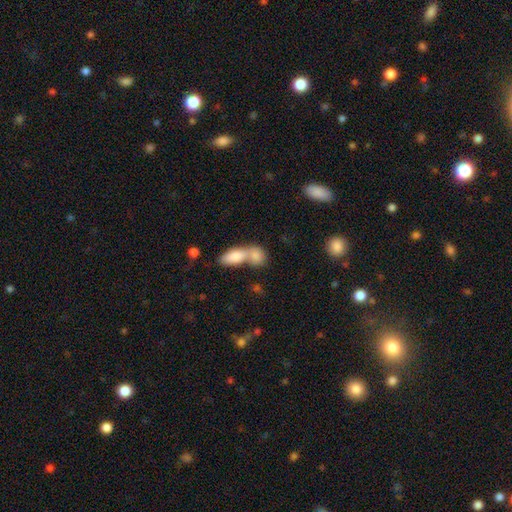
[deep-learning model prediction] A smooth galaxy with no disk features (82%) that is in between round and cigar-shaped (67%). Merging: merger (68%).